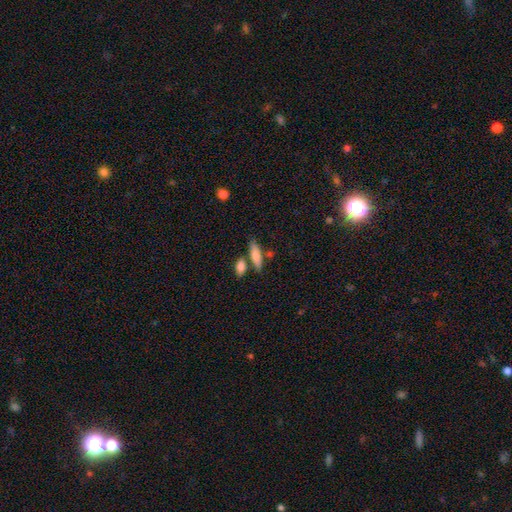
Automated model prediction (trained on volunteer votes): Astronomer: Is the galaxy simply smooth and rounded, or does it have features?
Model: smooth — 75%.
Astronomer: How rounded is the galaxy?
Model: cigar-shaped — 59% (runner-up: in between, 38%).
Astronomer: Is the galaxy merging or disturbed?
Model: none — 66%.